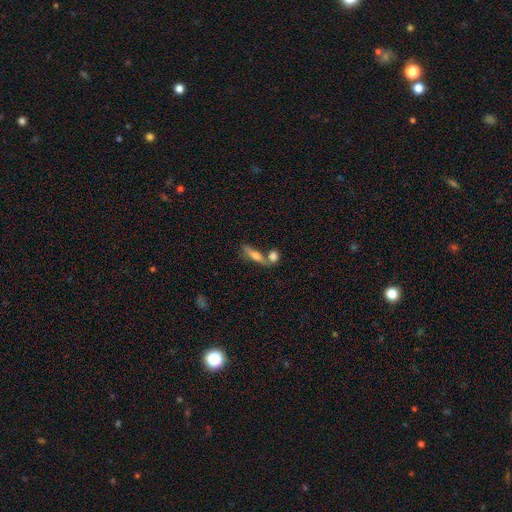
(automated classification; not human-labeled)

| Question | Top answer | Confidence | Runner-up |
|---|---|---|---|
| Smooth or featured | smooth | 48% | featured or disk (42%) |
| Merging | none | 52% | merger (32%) |